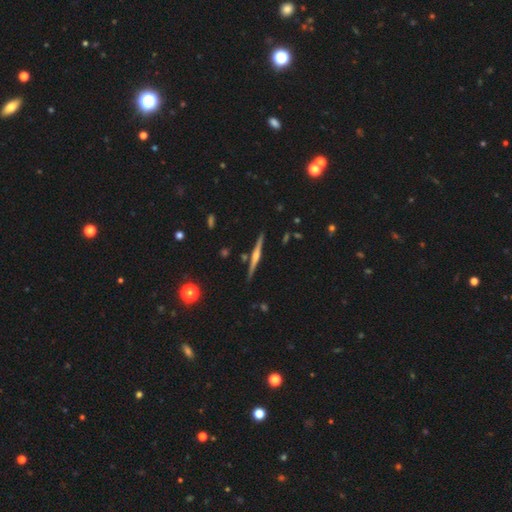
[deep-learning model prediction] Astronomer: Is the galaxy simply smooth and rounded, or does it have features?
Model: featured or disk — 75%.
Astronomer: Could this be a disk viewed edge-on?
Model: yes — 98%.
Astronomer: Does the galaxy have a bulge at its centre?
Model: rounded — 76%.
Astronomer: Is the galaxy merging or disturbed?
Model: none — 88%.